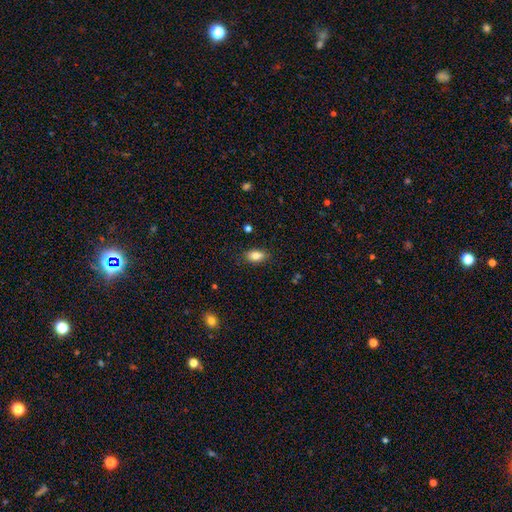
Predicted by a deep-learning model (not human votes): Morphology: type=smooth (82%); roundness=in between (87%); merging=none (84%).